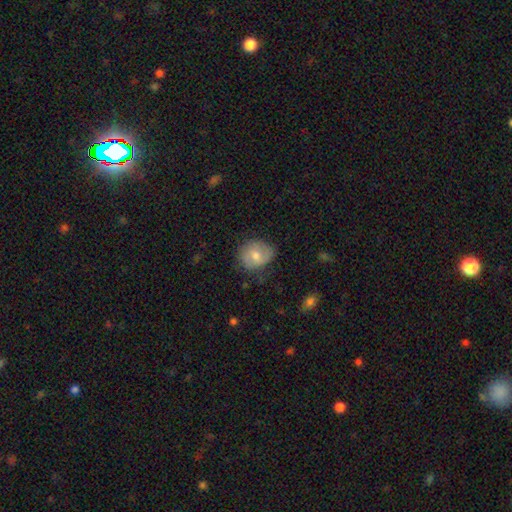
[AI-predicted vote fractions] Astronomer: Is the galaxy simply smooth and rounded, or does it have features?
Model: smooth — 65%.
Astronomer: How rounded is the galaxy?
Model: round — 62% (runner-up: in between, 37%).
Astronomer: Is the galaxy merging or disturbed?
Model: none — 64%.